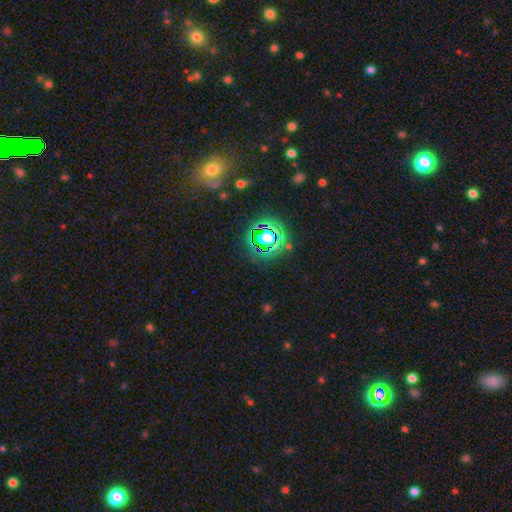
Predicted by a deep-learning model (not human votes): A star or artifact, not a galaxy (67%).